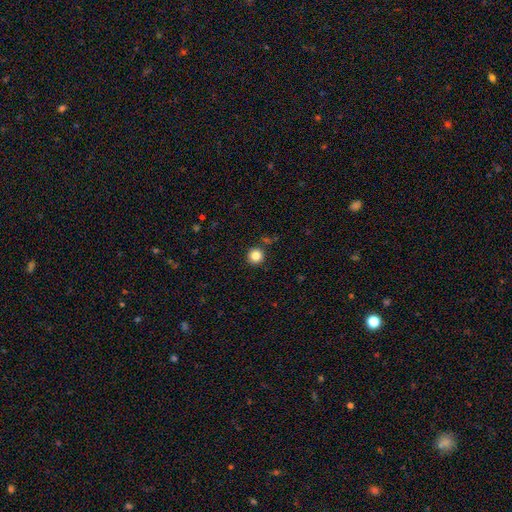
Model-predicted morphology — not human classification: smooth_or_featured: smooth (p=0.84) [alt: star or artifact p=0.11]
how_rounded: round (p=0.96) [alt: in between p=0.03]
merging: none (p=0.90) [alt: minor disturbance p=0.05]